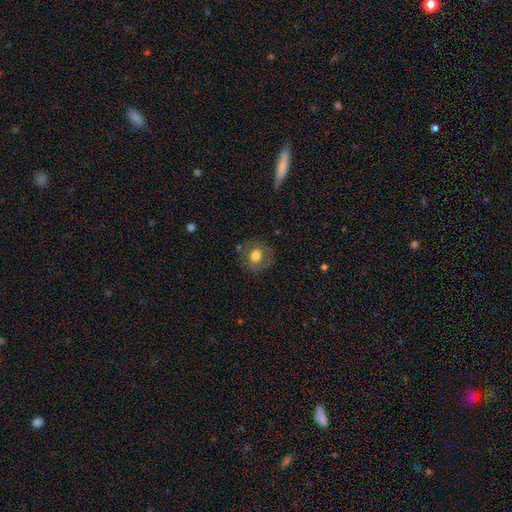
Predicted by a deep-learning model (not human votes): This is likely a smooth galaxy (67%). How rounded: clearly round (84%). Merging: likely none (78%).